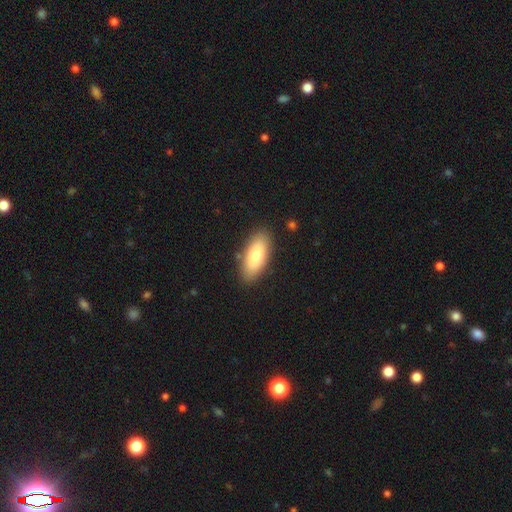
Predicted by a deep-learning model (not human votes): Smooth or featured: smooth — 76% (featured or disk — 18%)
How rounded: in between — 81% (cigar-shaped — 17%)
Merging: none — 86% (minor disturbance — 10%)